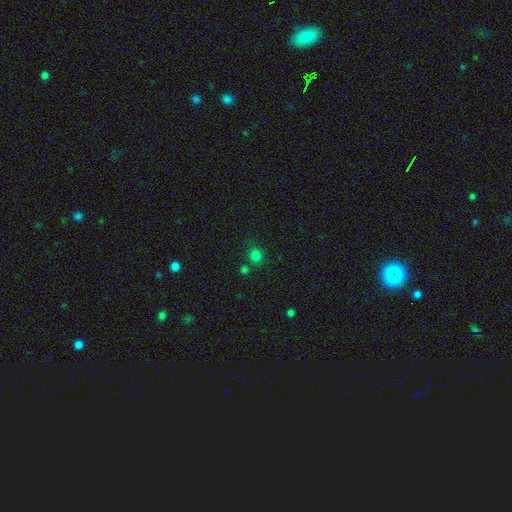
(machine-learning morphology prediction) Smooth or featured? smooth (77%)
How rounded? round (88%)
Merging? none (72%)